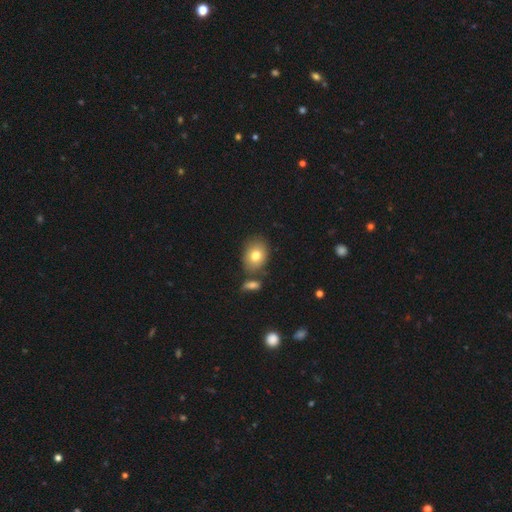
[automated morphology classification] smooth_or_featured: smooth (p=0.78) [alt: featured or disk p=0.13]
how_rounded: in between (p=0.59) [alt: round p=0.40]
merging: none (p=0.69) [alt: merger p=0.14]